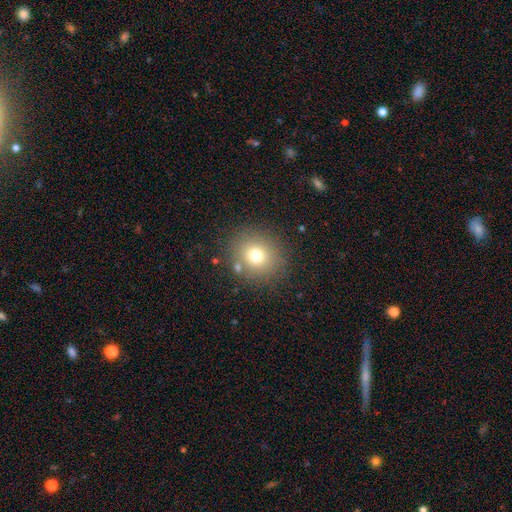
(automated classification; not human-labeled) Smooth or featured? smooth (73%)
How rounded? round (82%)
Merging? none (83%)